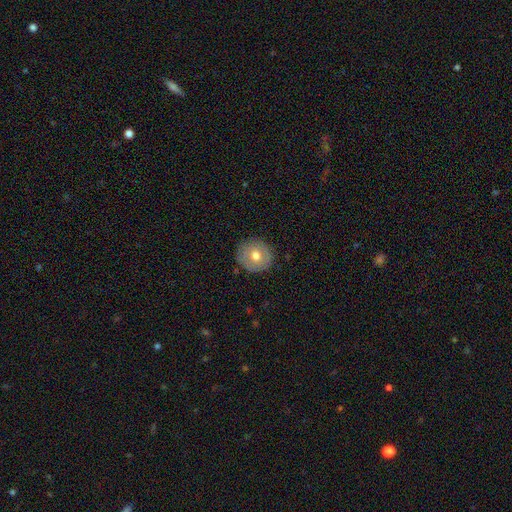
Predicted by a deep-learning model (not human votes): Smooth or featured? Predicted: smooth (p=0.63). How rounded? Predicted: round (p=0.89). Merging? Predicted: none (p=0.86).